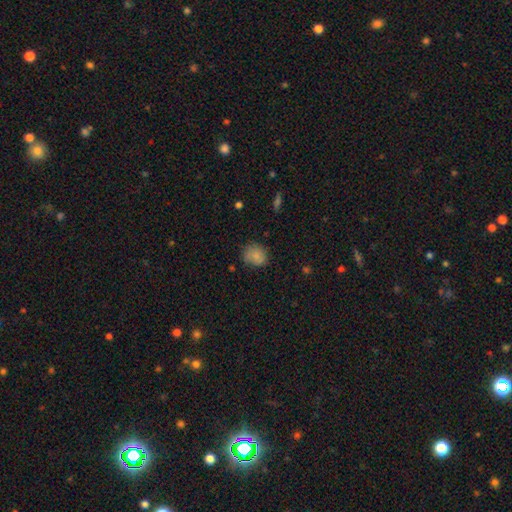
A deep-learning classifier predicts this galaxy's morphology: The model was most divided on "how rounded": round: 62%, in between: 37%, cigar-shaped: 1%. More confident: smooth or featured — smooth (81%); merging — none (68%).